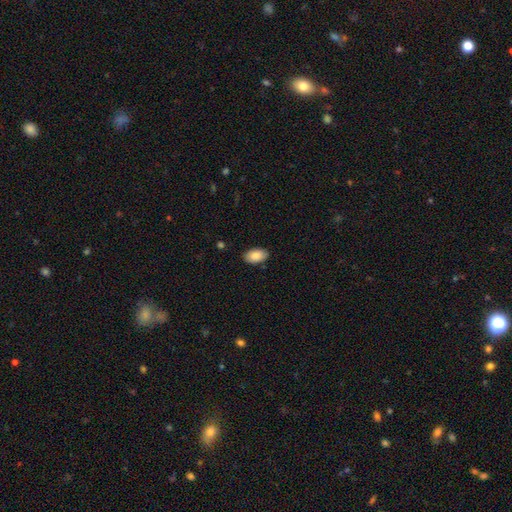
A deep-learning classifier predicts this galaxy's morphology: smooth 88%, star or artifact 6%, featured or disk 6%. Down the decision tree: how rounded — in between (95%); merging — none (86%).